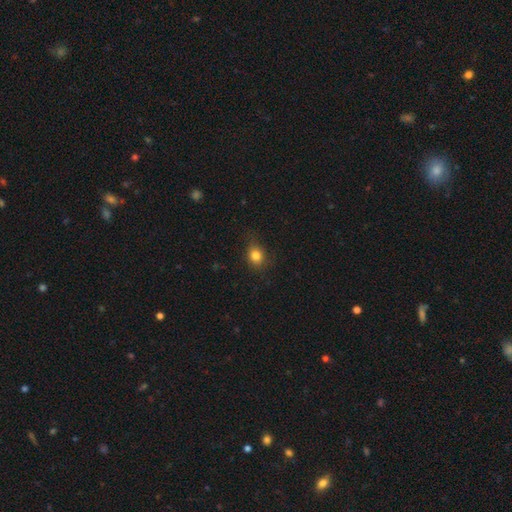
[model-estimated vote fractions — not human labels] smooth_or_featured: smooth (p=0.82) [alt: star or artifact p=0.12]
how_rounded: round (p=0.62) [alt: in between p=0.37]
merging: none (p=0.77) [alt: minor disturbance p=0.18]